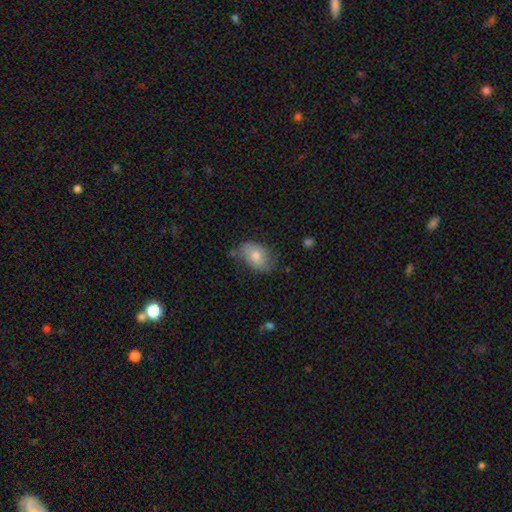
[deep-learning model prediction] The model was most divided on "merging": none: 64%, minor disturbance: 26%, major disturbance: 6%, merger: 4%. More confident: how rounded — in between (87%); smooth or featured — smooth (71%).